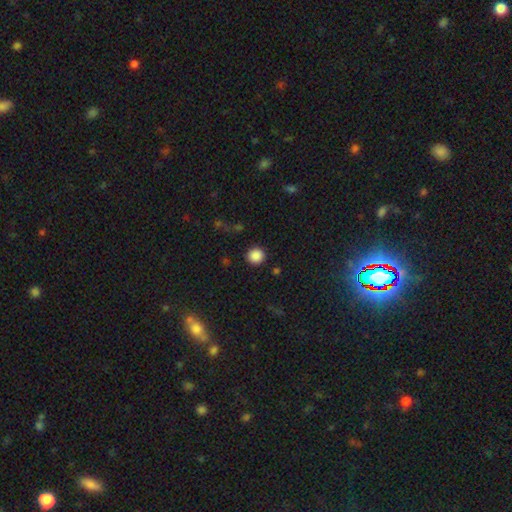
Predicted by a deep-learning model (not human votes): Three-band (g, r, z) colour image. It shows a smooth galaxy with no disk features (87%) that is round (94%). Merging: none (91%).